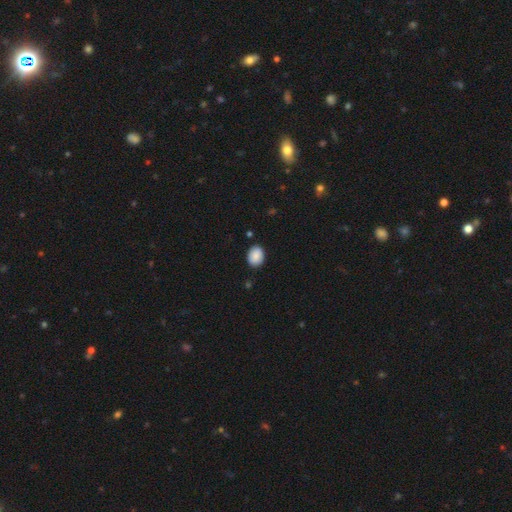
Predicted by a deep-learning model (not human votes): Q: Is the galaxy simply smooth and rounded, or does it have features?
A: smooth — 88%.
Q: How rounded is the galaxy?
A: in between — 65%.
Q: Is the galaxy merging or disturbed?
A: none — 86%.